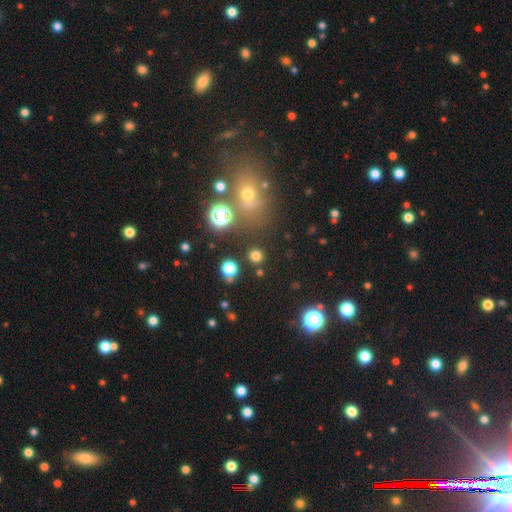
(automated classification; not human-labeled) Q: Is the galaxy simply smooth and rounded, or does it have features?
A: smooth — 71%.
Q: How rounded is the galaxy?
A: round — 90%.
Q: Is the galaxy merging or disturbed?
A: none — 85%.